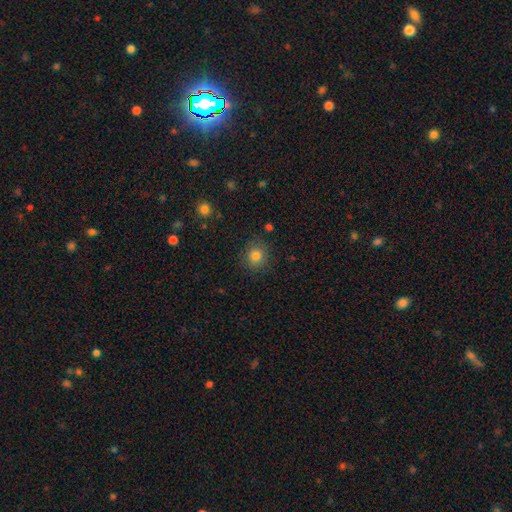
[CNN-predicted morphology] The model was most divided on "how rounded": round: 83%, in between: 16%, cigar-shaped: 1%. More confident: merging — none (86%); smooth or featured — smooth (81%).